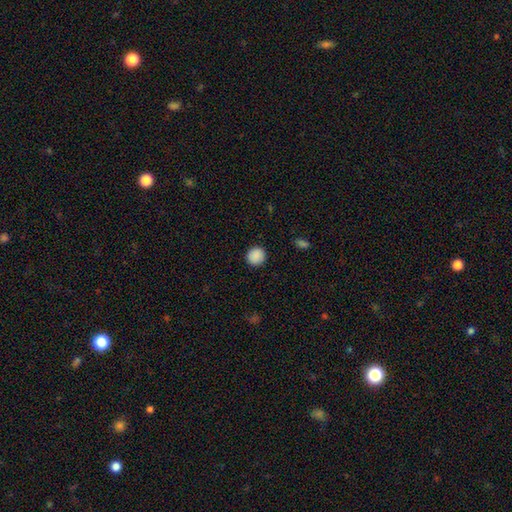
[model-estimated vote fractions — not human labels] Smooth or featured? smooth (89%)
How rounded? round (92%)
Merging? none (91%)